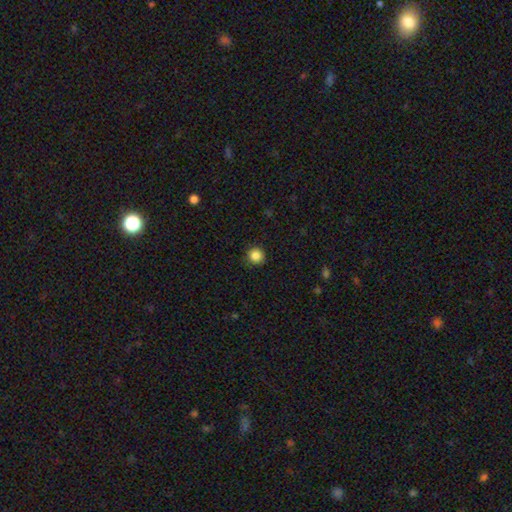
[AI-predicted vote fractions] Smooth or featured? Predicted: smooth (p=0.86). How rounded? Predicted: round (p=0.94). Merging? Predicted: none (p=0.90).